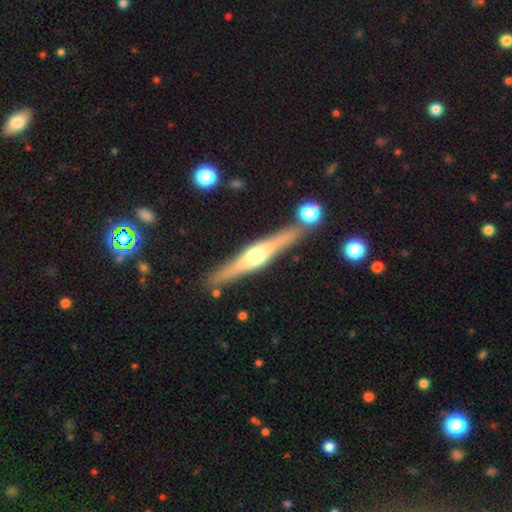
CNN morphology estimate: smooth-or-featured: featured or disk: 71% | smooth: 24% | star or artifact: 5%
  disk-edge-on: yes: 96% | no: 4%
    edge-on-bulge: rounded: 91% | boxy: 6% | none: 3%
  merging: none: 82% | minor disturbance: 10% | merger: 6% | major disturbance: 2%